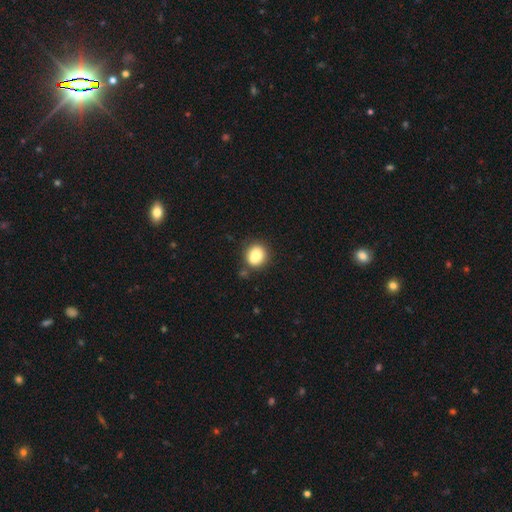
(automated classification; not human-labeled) Smooth or featured? Predicted: smooth (p=0.77). How rounded? Predicted: round (p=0.82). Merging? Predicted: none (p=0.66).